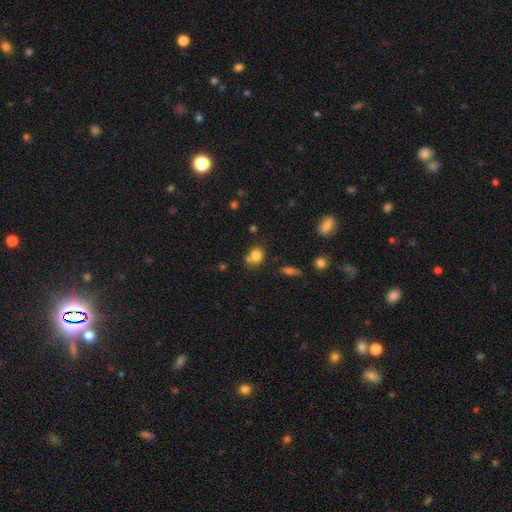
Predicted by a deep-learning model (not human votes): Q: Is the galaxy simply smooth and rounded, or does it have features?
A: smooth — 80%.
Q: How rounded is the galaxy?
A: round — 65%.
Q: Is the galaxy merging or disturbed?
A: none — 53%.